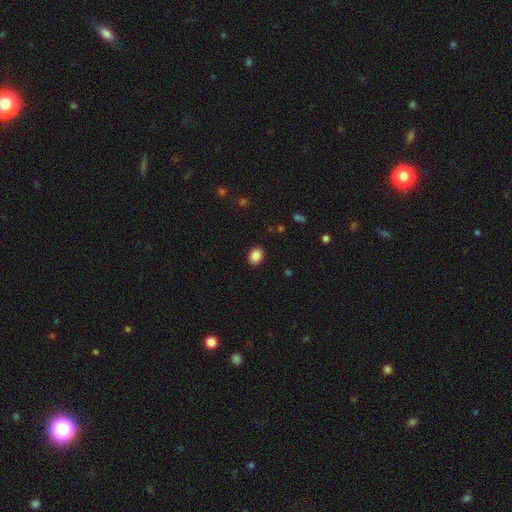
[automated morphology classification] Overall: smooth (87%). How rounded: in between (59%; round 40%). Merging: none (90%).